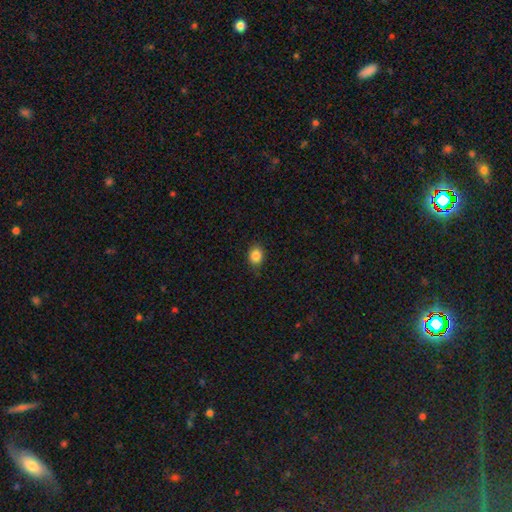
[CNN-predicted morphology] This appears to be a smooth galaxy with no disk features (85%) that is in between round and cigar-shaped (53%). Merging: none (84%).